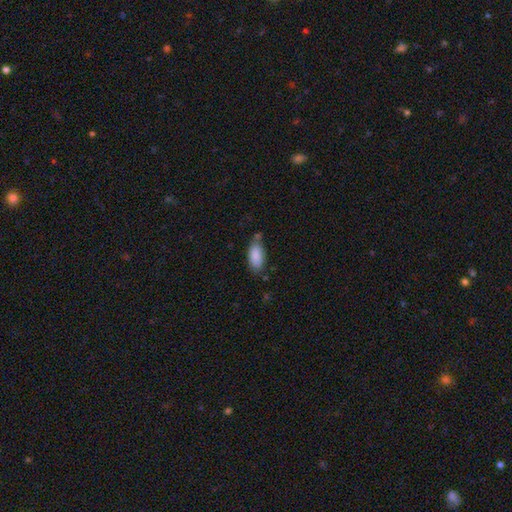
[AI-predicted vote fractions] Overall: smooth (88%). How rounded: in between (90%). Merging: none (64%).